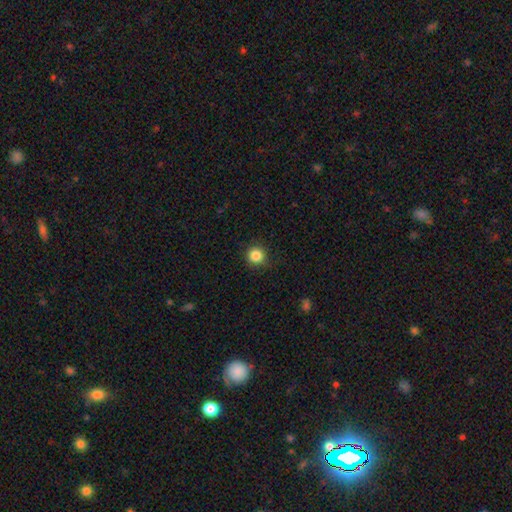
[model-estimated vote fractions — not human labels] This is clearly a smooth galaxy (85%). How rounded: clearly round (93%). Merging: clearly none (88%).